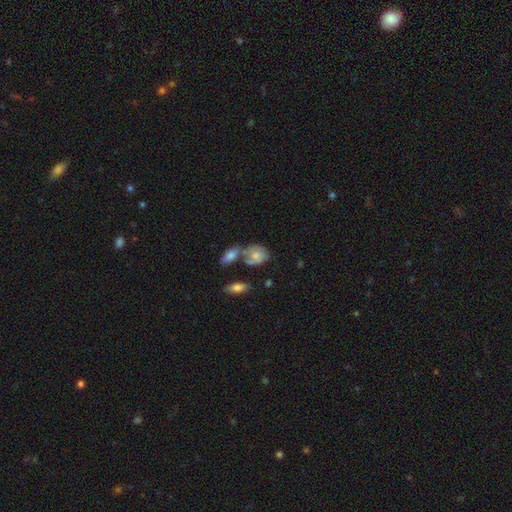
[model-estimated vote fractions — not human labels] A smooth galaxy with no disk features (59%) that is in between round and cigar-shaped (62%).

Vote fractions:
- Smooth or featured? smooth: 59% / featured or disk: 33% / star or artifact: 8%
- How rounded? in between: 62% / round: 36% / cigar-shaped: 3%
- Merging? merger: 37% / none: 34% / minor disturbance: 19% / major disturbance: 10%